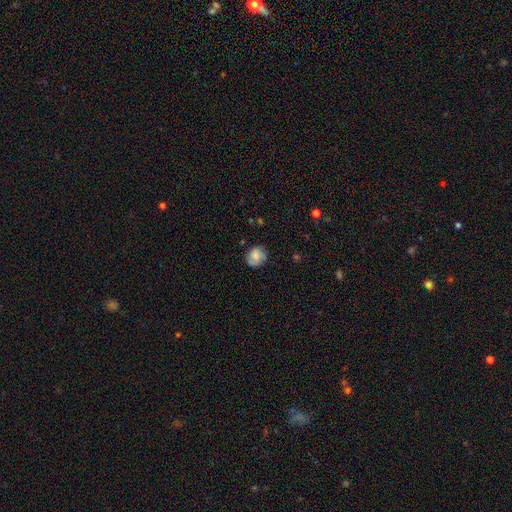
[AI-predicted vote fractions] Smooth or featured? smooth (66%)
How rounded? round (70%)
Merging? none (73%)